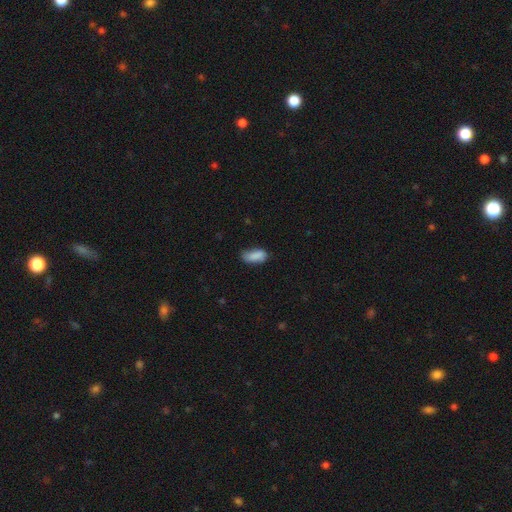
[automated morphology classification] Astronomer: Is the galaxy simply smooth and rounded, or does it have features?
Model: smooth — 85%.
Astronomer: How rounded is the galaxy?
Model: in between — 87%.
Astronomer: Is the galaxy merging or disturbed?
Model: none — 63%.